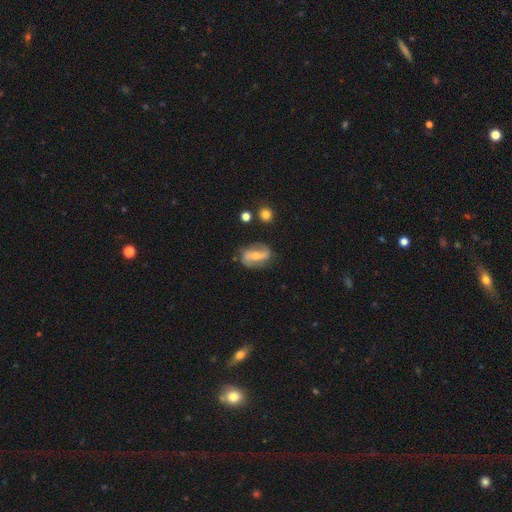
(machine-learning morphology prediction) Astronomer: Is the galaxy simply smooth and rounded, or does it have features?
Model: featured or disk — 72%.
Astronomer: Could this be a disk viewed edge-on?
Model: no — 93%.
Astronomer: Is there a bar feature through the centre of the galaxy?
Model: strong — 38% (runner-up: weak, 33%).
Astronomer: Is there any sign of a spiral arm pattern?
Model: yes — 86%.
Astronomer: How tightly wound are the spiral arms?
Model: loose — 55%.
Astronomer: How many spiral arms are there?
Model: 2 — 85%.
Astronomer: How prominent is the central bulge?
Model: moderate — 50% (runner-up: small, 45%).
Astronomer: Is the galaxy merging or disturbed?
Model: none — 73%.